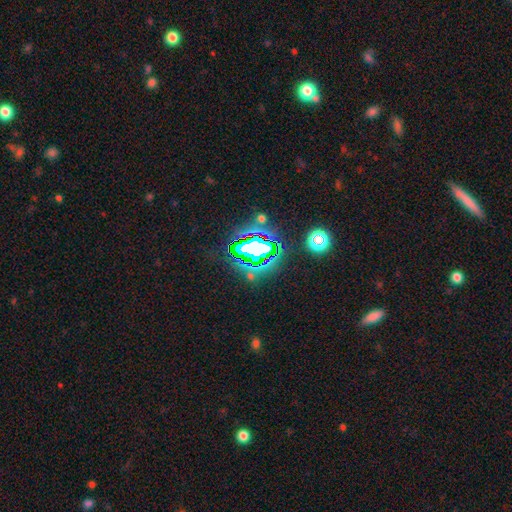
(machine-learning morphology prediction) This is likely a star or artifact rather than a galaxy (77%).